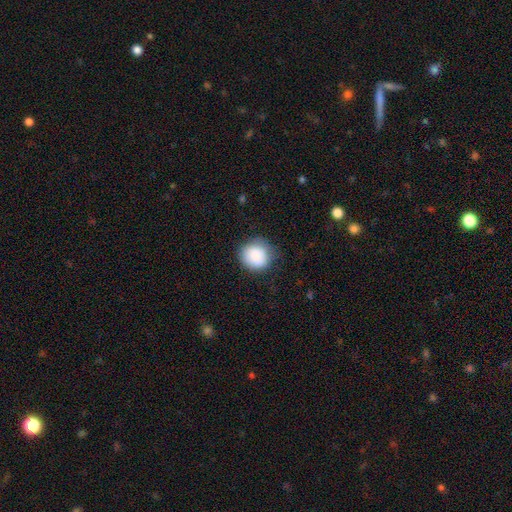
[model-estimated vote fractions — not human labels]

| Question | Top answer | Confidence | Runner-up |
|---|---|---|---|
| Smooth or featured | smooth | 86% | star or artifact (8%) |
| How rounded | round | 87% | in between (12%) |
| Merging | none | 77% | minor disturbance (18%) |